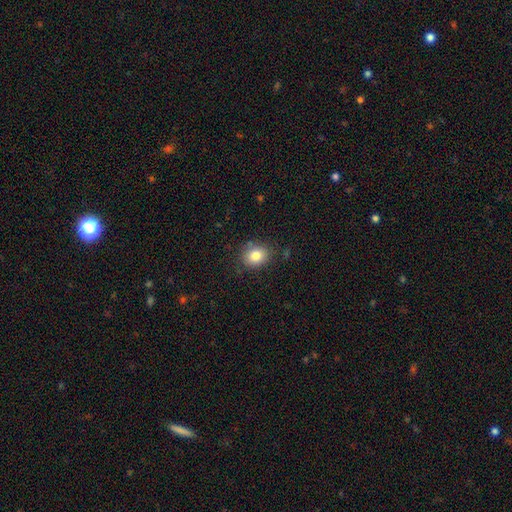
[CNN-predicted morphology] This appears to be a smooth galaxy with no disk features (82%) that is round (54%). Merging: none (82%).